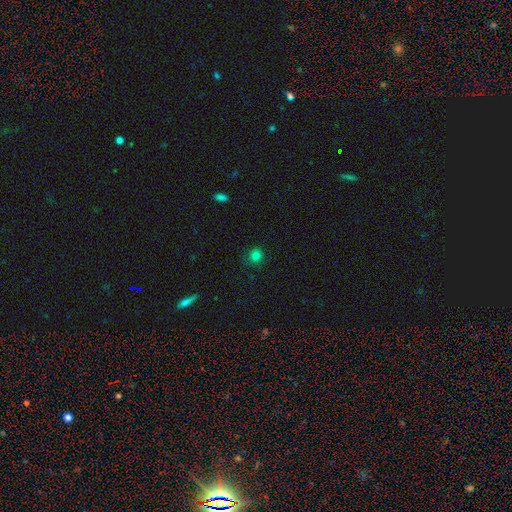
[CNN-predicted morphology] Smooth or featured? Predicted: smooth (p=0.79). How rounded? Predicted: round (p=0.85). Merging? Predicted: none (p=0.85).